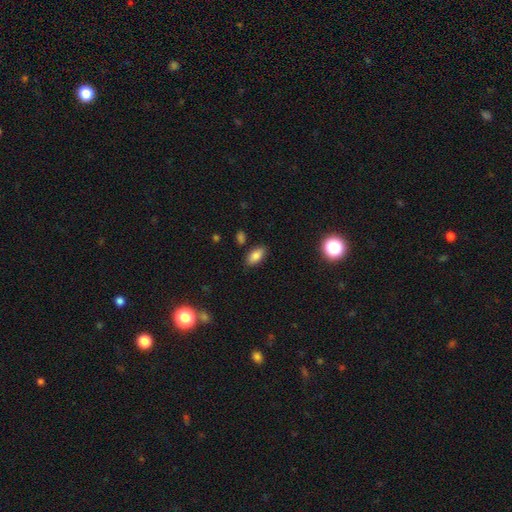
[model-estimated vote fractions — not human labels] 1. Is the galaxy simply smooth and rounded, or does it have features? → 83% smooth, 10% star or artifact, 7% featured or disk.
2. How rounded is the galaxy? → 91% in between, 5% cigar-shaped, 4% round.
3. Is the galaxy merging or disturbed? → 84% none, 10% minor disturbance, 3% merger, 3% major disturbance.